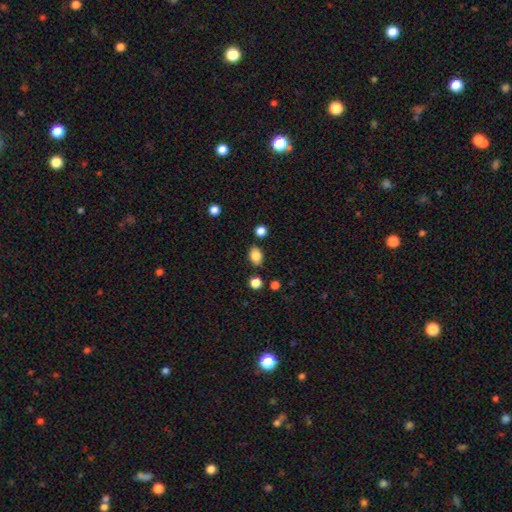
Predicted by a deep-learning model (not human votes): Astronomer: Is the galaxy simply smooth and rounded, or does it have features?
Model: smooth — 84%.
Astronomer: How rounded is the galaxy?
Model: in between — 74%.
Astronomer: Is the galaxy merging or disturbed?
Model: none — 83%.